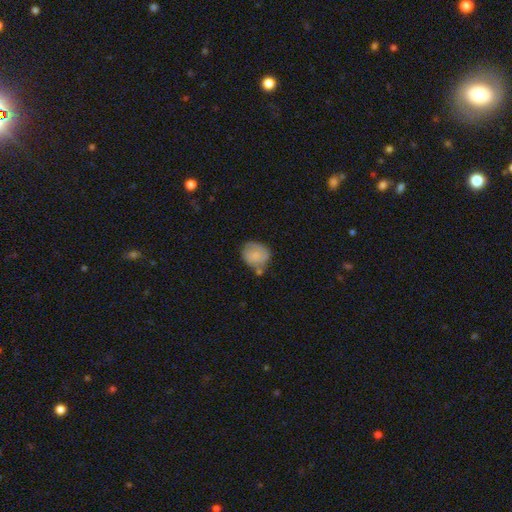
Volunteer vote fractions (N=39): Volunteers were most divided on "merging": none: 46%, minor disturbance: 27%, merger: 22%, major disturbance: 5%. More confident: smooth or featured — smooth (74%); how rounded — round (72%).